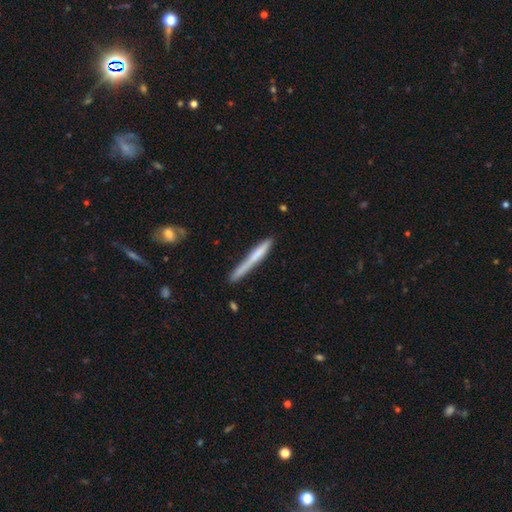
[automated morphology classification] A smooth galaxy with no disk features (62%) that is cigar-shaped (96%). Merging: none (72%).